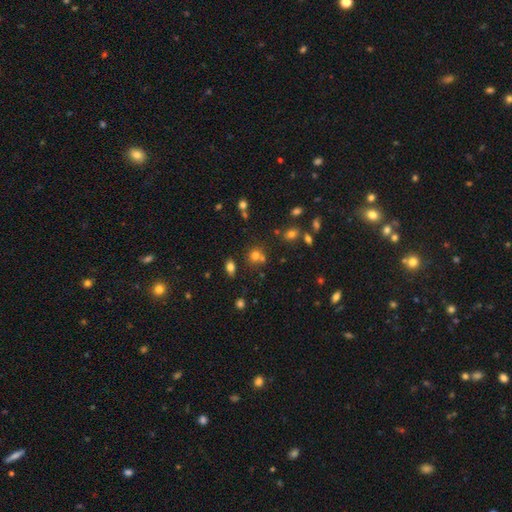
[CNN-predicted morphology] smooth_or_featured: smooth (p=0.69) [alt: star or artifact p=0.21]
how_rounded: round (p=0.82) [alt: in between p=0.17]
merging: none (p=0.63) [alt: merger p=0.23]